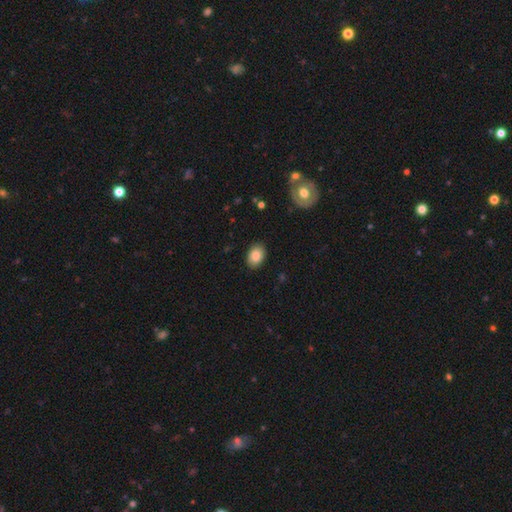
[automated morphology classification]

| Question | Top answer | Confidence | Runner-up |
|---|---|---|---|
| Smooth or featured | smooth | 86% | star or artifact (7%) |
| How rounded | in between | 81% | round (18%) |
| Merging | none | 88% | minor disturbance (9%) |